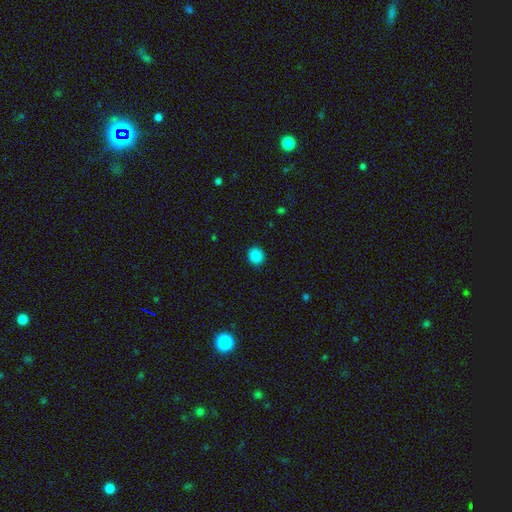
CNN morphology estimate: smooth_or_featured: smooth (p=0.87) [alt: star or artifact p=0.10]
how_rounded: round (p=0.82) [alt: in between p=0.17]
merging: none (p=0.91) [alt: minor disturbance p=0.06]